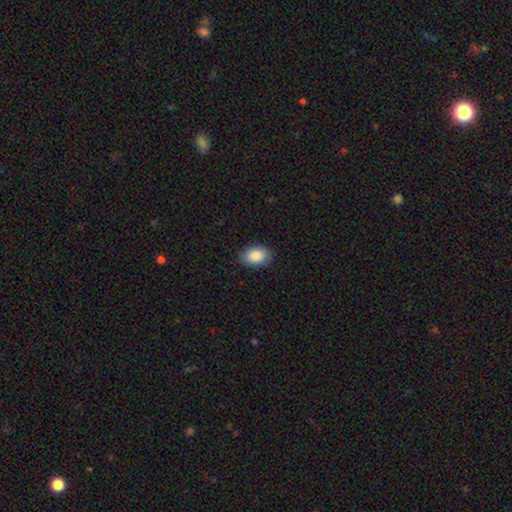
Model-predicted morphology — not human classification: This is clearly a smooth galaxy (89%). How rounded: clearly in between (86%). Merging: clearly none (87%).